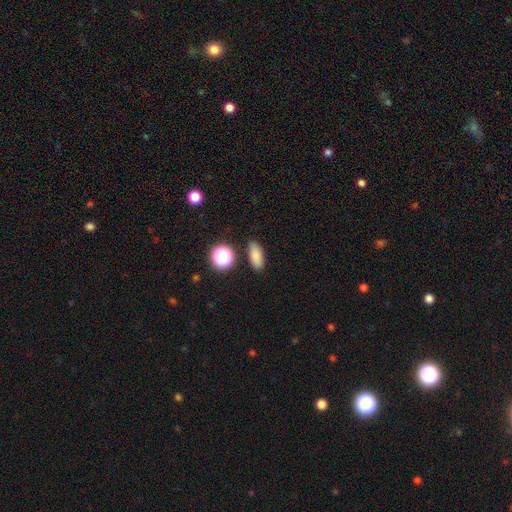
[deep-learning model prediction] Q: Smooth or featured?
A: smooth (82%); runner-up: star or artifact (11%)
Q: How rounded?
A: in between (78%); runner-up: cigar-shaped (11%)
Q: Merging?
A: none (86%); runner-up: minor disturbance (9%)